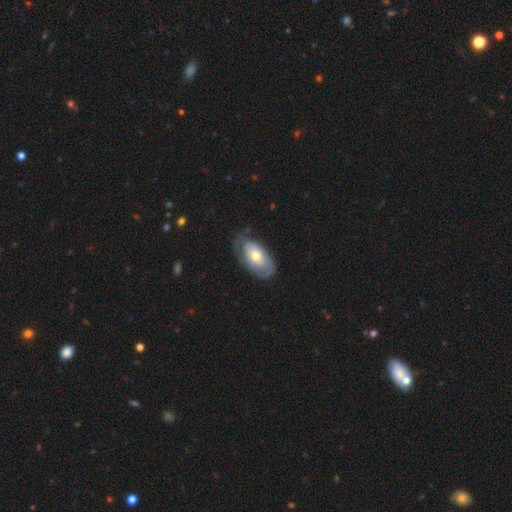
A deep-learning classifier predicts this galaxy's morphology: Smooth or featured? Predicted: smooth (p=0.53). How rounded? Predicted: in between (p=0.92). Merging? Predicted: none (p=0.57).